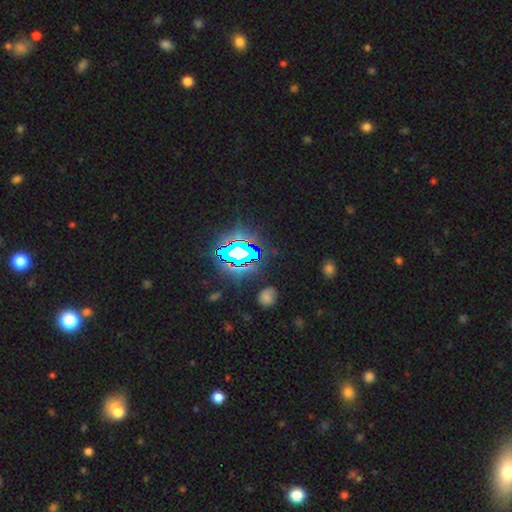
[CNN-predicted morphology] Smooth or featured? Predicted: star or artifact (p=0.76).